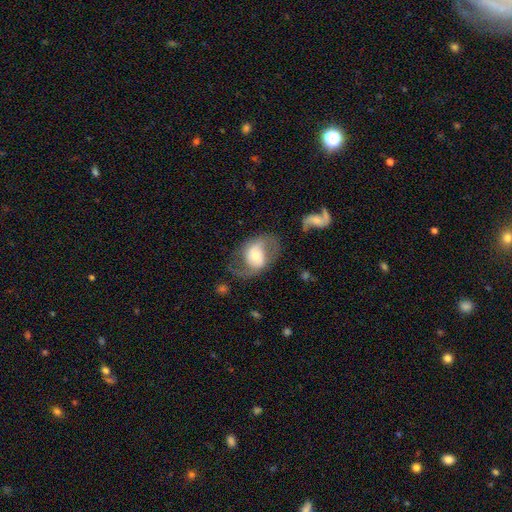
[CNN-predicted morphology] The model was most divided on "bar": no: 46%, weak: 34%, strong: 20%. More confident: edge-on disk — no (96%); spiral arms — yes (78%); smooth or featured — featured or disk (65%); merging — none (58%); bulge size — moderate (51%).